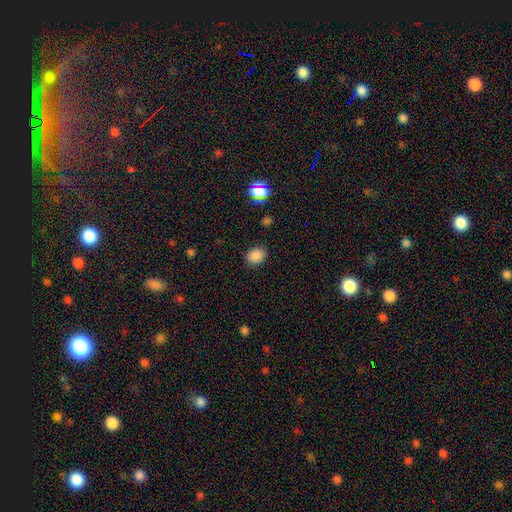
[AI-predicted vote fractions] Smooth or featured?
  - smooth: 85% *
  - star or artifact: 12%
  - featured or disk: 3%
How rounded?
  - in between: 56% *
  - round: 43%
  - cigar-shaped: 1%
Merging?
  - none: 86% *
  - minor disturbance: 10%
  - major disturbance: 3%
  - merger: 1%